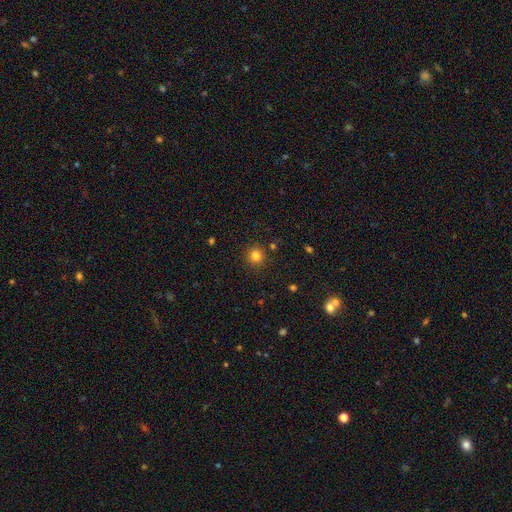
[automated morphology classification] Smooth or featured?
  - smooth: 82% *
  - star or artifact: 13%
  - featured or disk: 5%
How rounded?
  - round: 94% *
  - in between: 6%
  - cigar-shaped: 1%
Merging?
  - none: 89% *
  - minor disturbance: 7%
  - major disturbance: 2%
  - merger: 2%